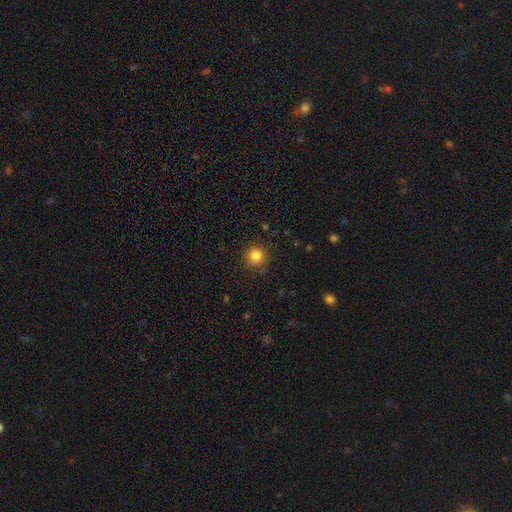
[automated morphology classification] This appears to be a smooth galaxy with no disk features (83%) that is round (94%). Merging: none (90%).